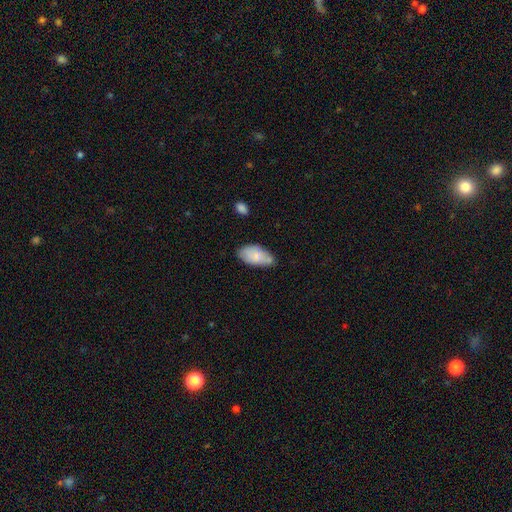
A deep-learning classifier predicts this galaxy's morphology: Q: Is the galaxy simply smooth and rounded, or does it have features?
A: smooth — 77%.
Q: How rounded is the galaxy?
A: in between — 94%.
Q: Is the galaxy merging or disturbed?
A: none — 58%.